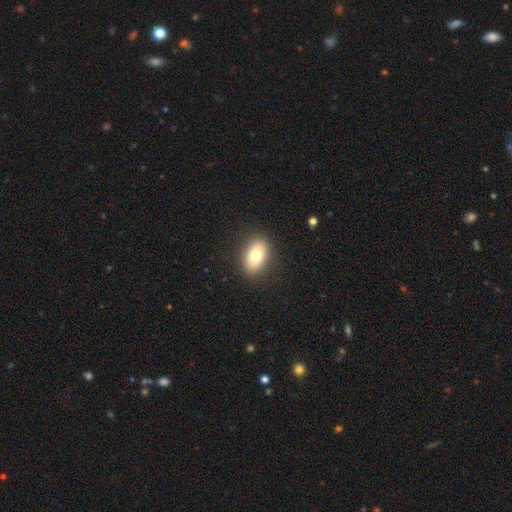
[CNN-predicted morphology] Smooth or featured? smooth (77%)
How rounded? in between (88%)
Merging? none (88%)